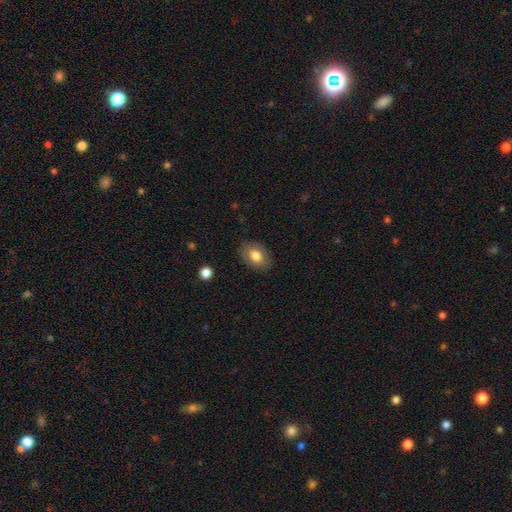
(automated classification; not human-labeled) The model was most divided on "smooth or featured": smooth: 78%, featured or disk: 15%, star or artifact: 7%. More confident: merging — none (84%); how rounded — in between (82%).